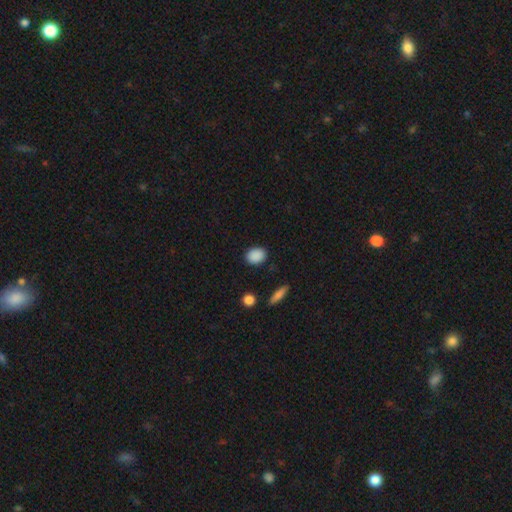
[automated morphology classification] Smooth or featured? Predicted: smooth (p=0.89). How rounded? Predicted: in between (p=0.64). Merging? Predicted: none (p=0.88).